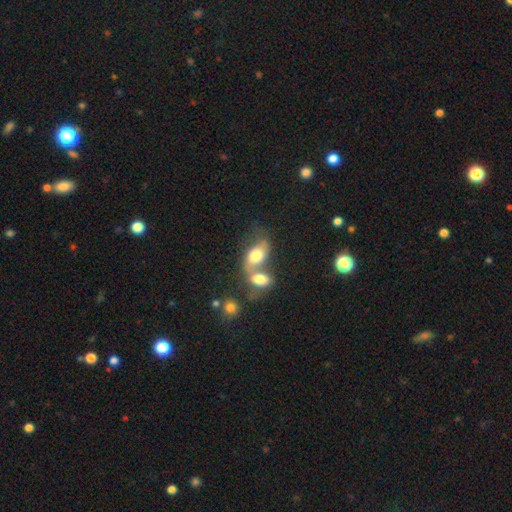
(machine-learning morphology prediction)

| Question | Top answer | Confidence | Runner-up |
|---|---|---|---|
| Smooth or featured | smooth | 61% | featured or disk (31%) |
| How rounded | in between | 84% | round (13%) |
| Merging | merger | 69% | none (16%) |